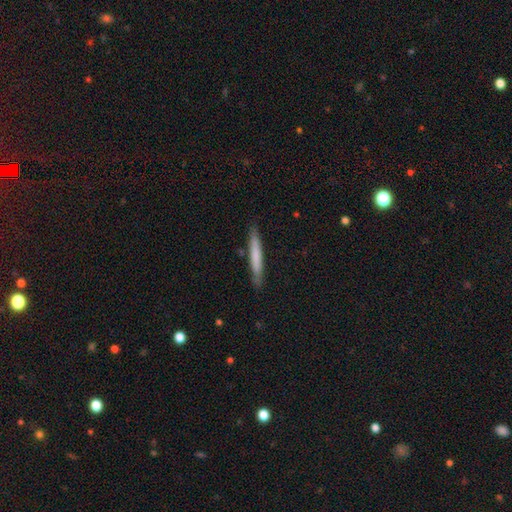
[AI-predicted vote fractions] A smooth galaxy with no disk features (67%) that is cigar-shaped (96%).

Vote fractions:
- Smooth or featured? smooth: 67% / featured or disk: 27% / star or artifact: 5%
- How rounded? cigar-shaped: 96% / in between: 3% / round: 1%
- Merging? none: 86% / minor disturbance: 11% / major disturbance: 2% / merger: 2%